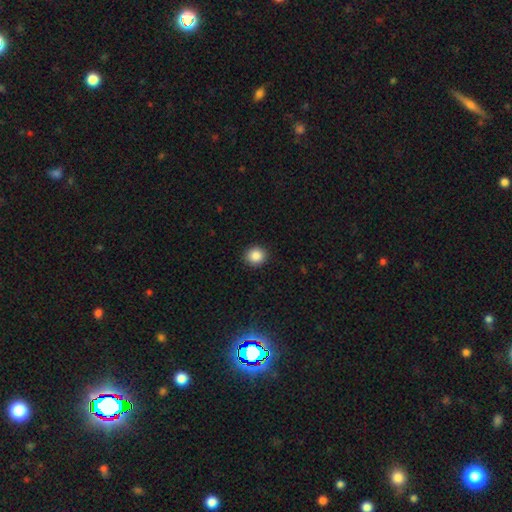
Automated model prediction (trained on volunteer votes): smooth 87%, star or artifact 10%, featured or disk 4%. Down the decision tree: how rounded — round (88%); merging — none (92%).